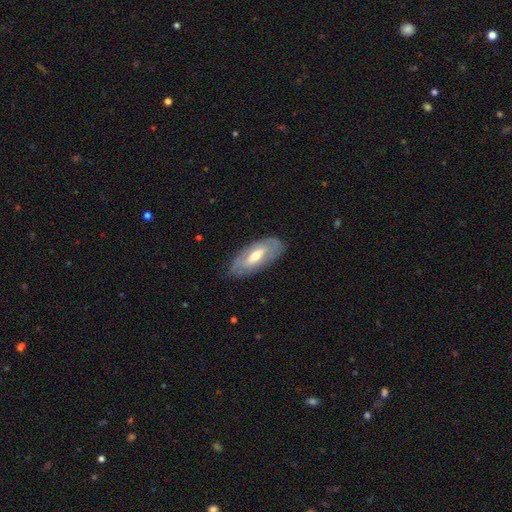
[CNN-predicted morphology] Smooth or featured?
  - featured or disk: 59% *
  - smooth: 35%
  - star or artifact: 6%
Edge-on disk?
  - no: 81% *
  - yes: 19%
Merging?
  - none: 81% *
  - minor disturbance: 14%
  - major disturbance: 4%
  - merger: 1%